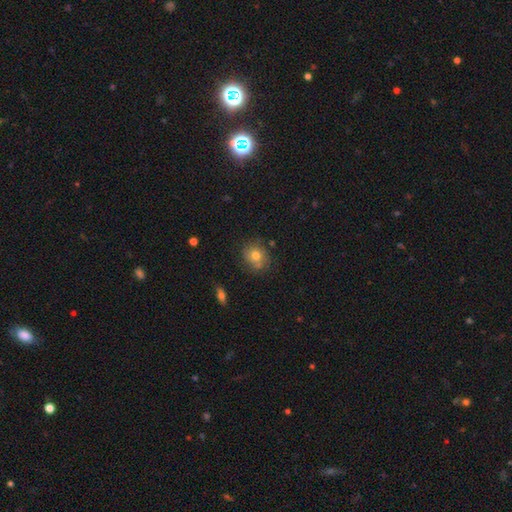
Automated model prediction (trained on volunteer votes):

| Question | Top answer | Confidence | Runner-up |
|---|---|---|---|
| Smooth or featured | smooth | 72% | featured or disk (16%) |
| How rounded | round | 77% | in between (22%) |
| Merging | none | 73% | minor disturbance (17%) |